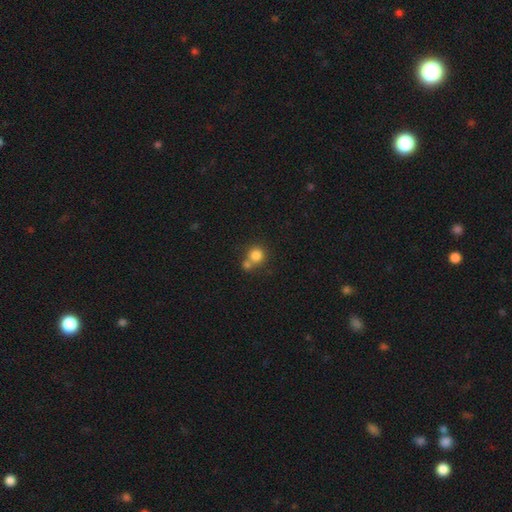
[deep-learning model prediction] A smooth galaxy with no disk features (81%) that is round (89%). Merging: none (51%).